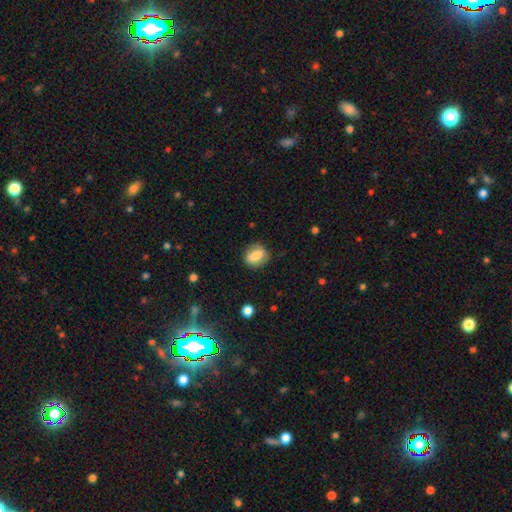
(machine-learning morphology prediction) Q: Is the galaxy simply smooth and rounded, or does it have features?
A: smooth — 77%.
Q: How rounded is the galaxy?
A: in between — 61%.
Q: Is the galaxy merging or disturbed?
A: none — 76%.